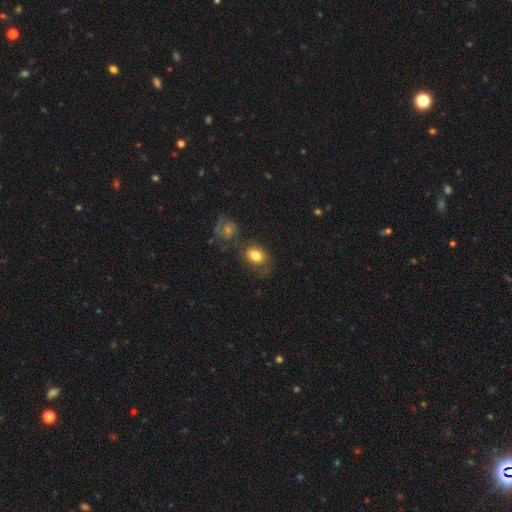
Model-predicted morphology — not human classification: smooth-or-featured: smooth: 79% | featured or disk: 13% | star or artifact: 8%
  how-rounded: in between: 65% | round: 34% | cigar-shaped: 1%
  merging: none: 55% | minor disturbance: 22% | merger: 12% | major disturbance: 11%